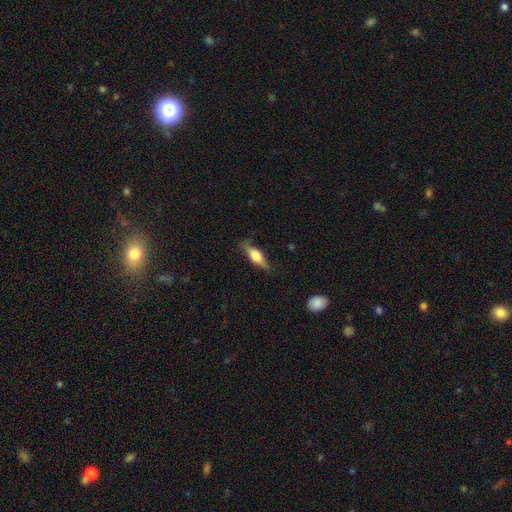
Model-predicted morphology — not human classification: This appears to be a featured or disk galaxy (49%). Merging: none (80%).